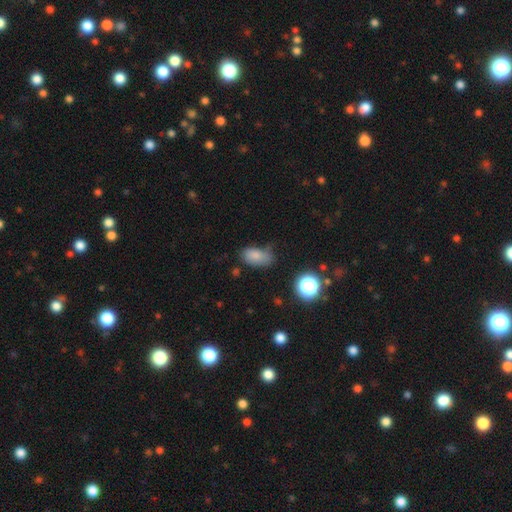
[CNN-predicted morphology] Smooth or featured? smooth (79%)
How rounded? in between (89%)
Merging? none (50%)